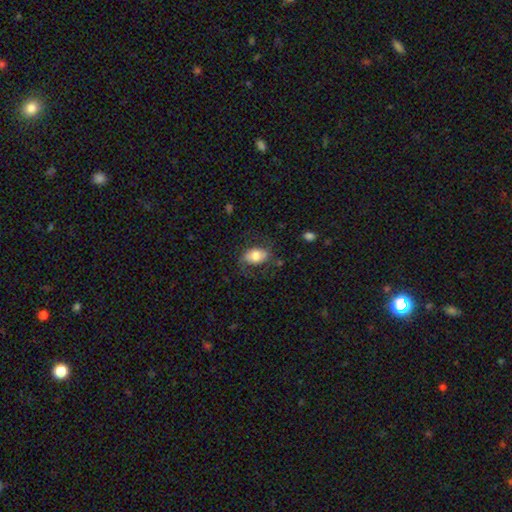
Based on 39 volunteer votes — Volunteers were most divided on "merging": none: 70%, minor disturbance: 27%, major disturbance: 3%, merger: 0%. More confident: how rounded — in between (90%); smooth or featured — smooth (77%).